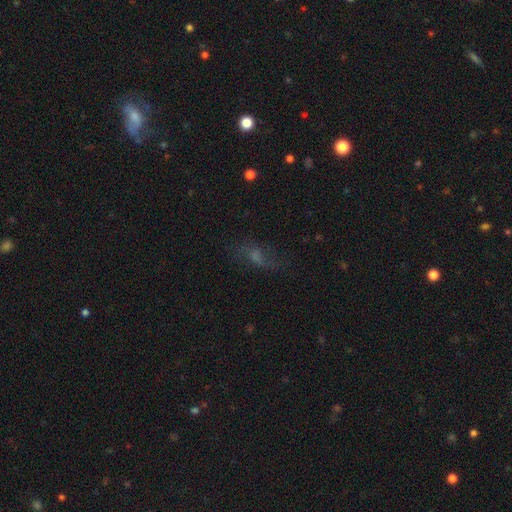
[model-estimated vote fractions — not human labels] A featured or disk galaxy (37%). Merging: none (61%).